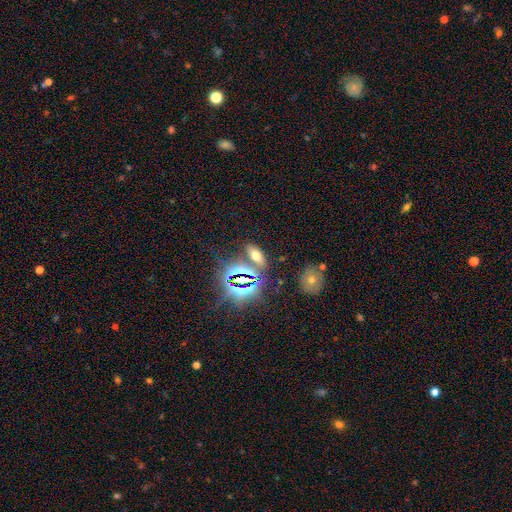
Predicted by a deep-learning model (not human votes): Morphology: type=smooth (48%); merging=none (77%).